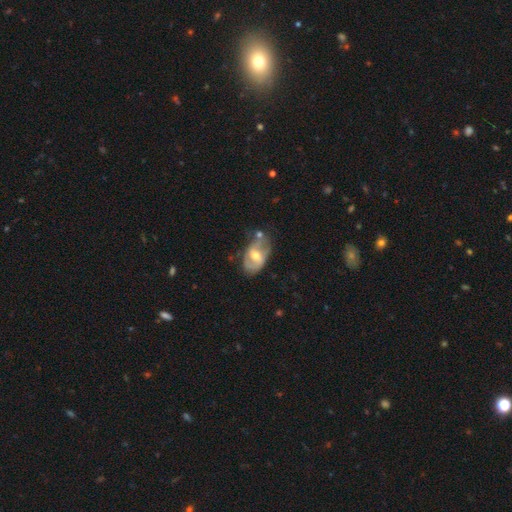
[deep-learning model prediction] featured or disk 61%, smooth 32%, star or artifact 7%. Down the decision tree: edge-on disk — no (94%); bar — weak (45%); spiral arms — yes (62%); bulge size — moderate (69%); merging — none (42%).